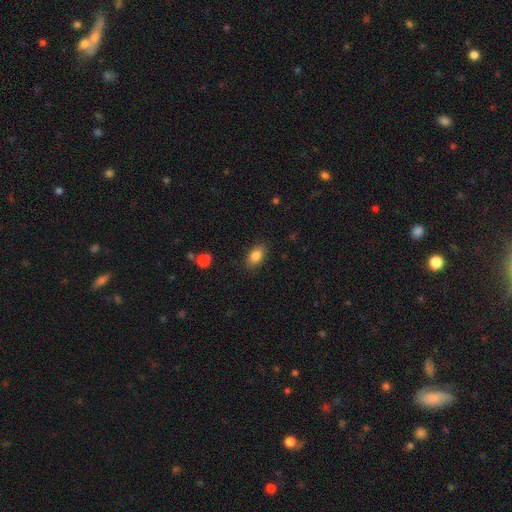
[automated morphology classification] Smooth or featured?
  - smooth: 85% *
  - star or artifact: 8%
  - featured or disk: 7%
How rounded?
  - in between: 88% *
  - round: 9%
  - cigar-shaped: 3%
Merging?
  - none: 85% *
  - minor disturbance: 11%
  - major disturbance: 3%
  - merger: 1%